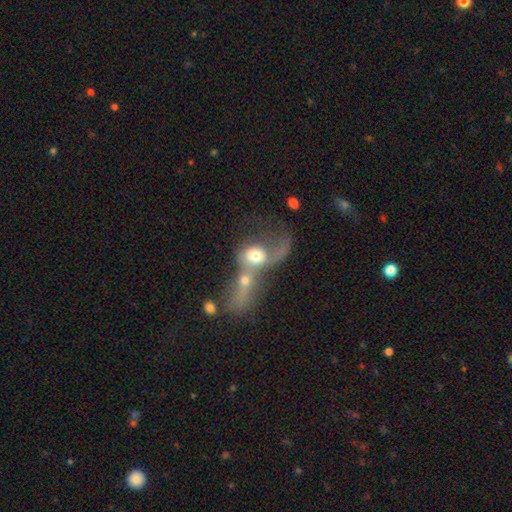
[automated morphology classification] smooth-or-featured: smooth: 52% | featured or disk: 37% | star or artifact: 11%
  how-rounded: round: 51% | in between: 45% | cigar-shaped: 4%
  merging: merger: 74% | major disturbance: 15% | none: 7% | minor disturbance: 4%